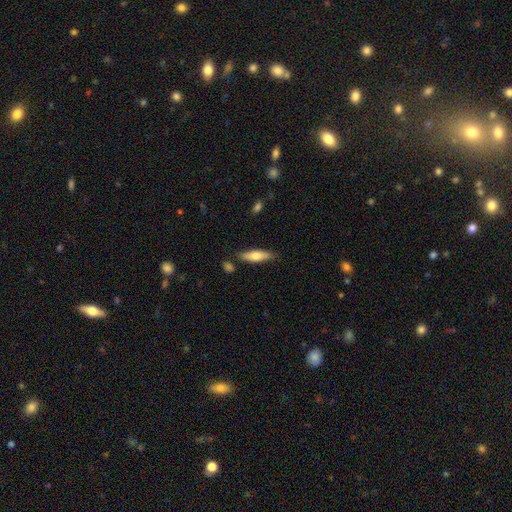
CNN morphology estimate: Overall: smooth (65%; featured or disk 29%). How rounded: cigar-shaped (65%; in between 33%). Merging: none (81%).